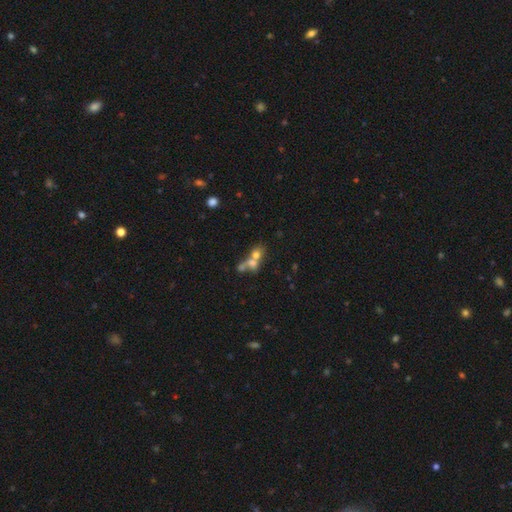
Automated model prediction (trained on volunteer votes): This appears to be a smooth galaxy with no disk features (61%) that is round (52%). Merging: merger (64%).